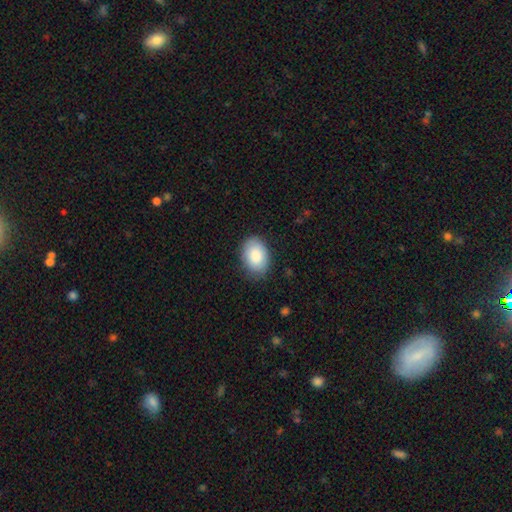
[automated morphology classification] The model was most divided on "how rounded": in between: 83%, round: 16%, cigar-shaped: 1%. More confident: smooth or featured — smooth (87%); merging — none (83%).